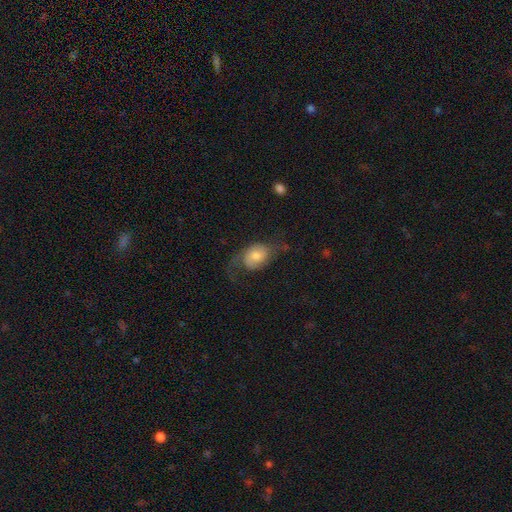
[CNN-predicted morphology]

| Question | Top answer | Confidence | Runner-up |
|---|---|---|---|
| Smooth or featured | featured or disk | 50% | smooth (42%) |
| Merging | none | 46% | major disturbance (27%) |